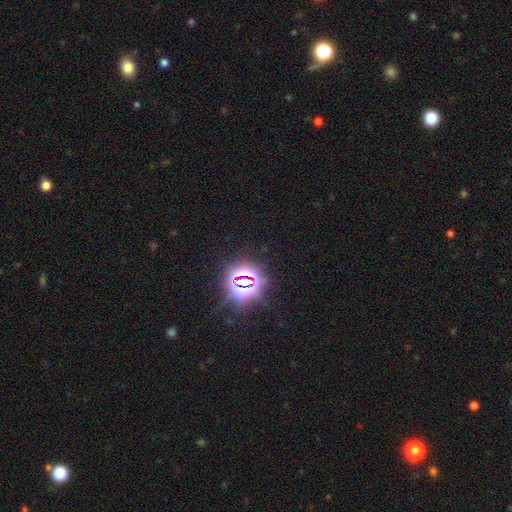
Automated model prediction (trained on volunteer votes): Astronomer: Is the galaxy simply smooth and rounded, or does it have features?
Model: star or artifact — 81%.